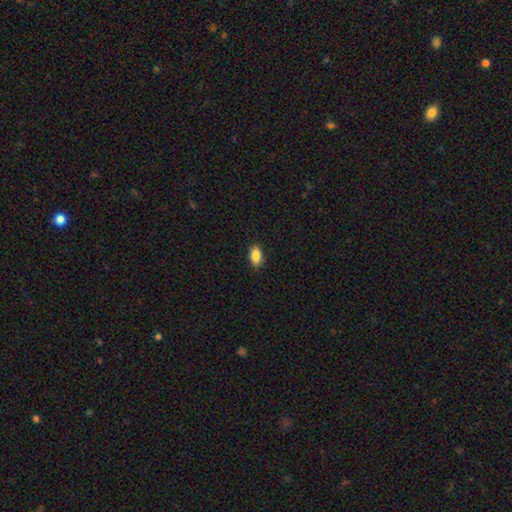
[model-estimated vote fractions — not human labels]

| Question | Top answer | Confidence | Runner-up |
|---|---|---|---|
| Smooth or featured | smooth | 87% | star or artifact (8%) |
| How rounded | in between | 90% | round (6%) |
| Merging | none | 88% | minor disturbance (9%) |